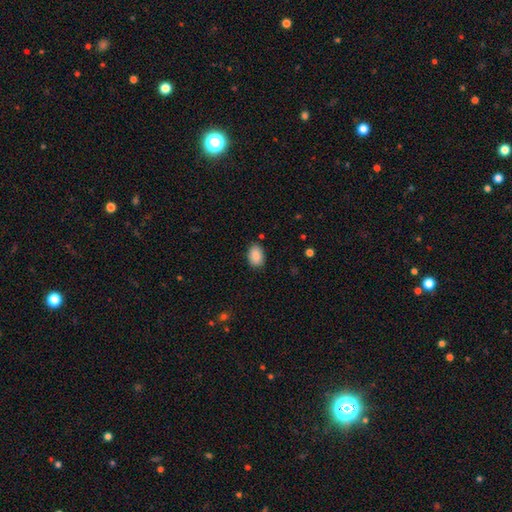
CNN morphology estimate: The model was most divided on "merging": none: 84%, minor disturbance: 12%, major disturbance: 2%, merger: 1%. More confident: smooth or featured — smooth (88%); how rounded — in between (86%).